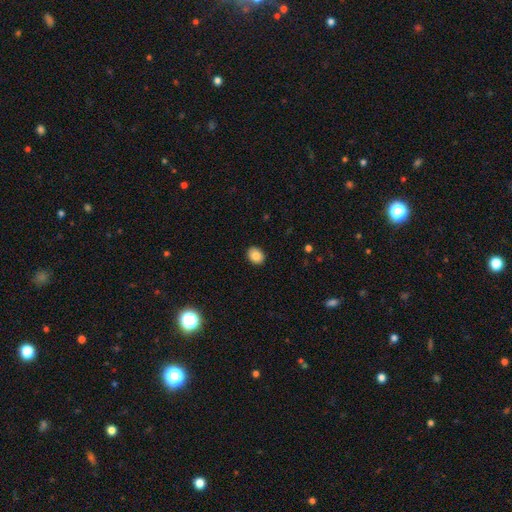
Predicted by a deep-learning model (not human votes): Overall: smooth (84%). How rounded: in between (57%; round 42%). Merging: none (91%).